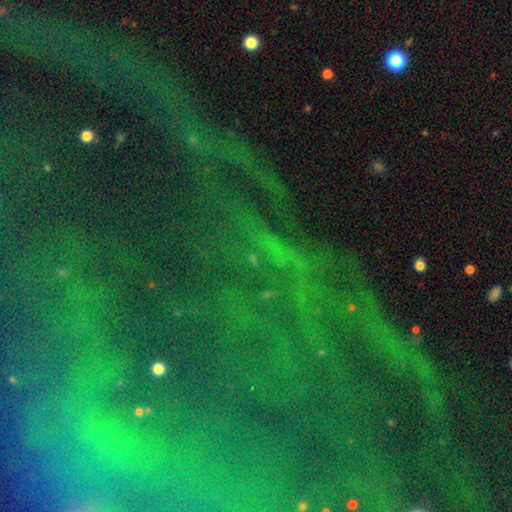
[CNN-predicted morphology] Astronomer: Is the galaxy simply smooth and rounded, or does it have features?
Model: star or artifact — 83%.